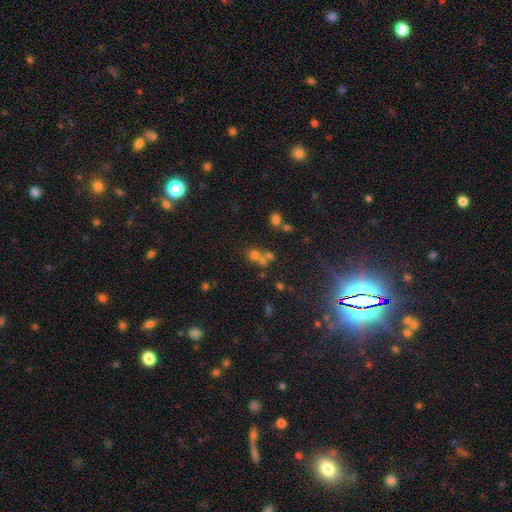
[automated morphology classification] This is possibly a smooth galaxy (51%). How rounded: likely round (79%). Merging: possibly none (47%).